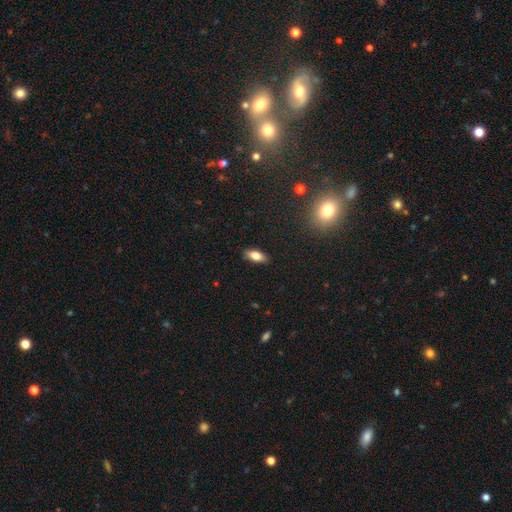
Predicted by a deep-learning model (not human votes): Overall: smooth (78%). How rounded: in between (81%). Merging: none (87%).